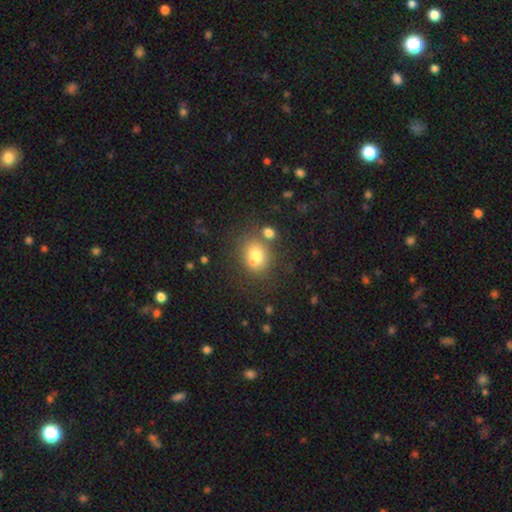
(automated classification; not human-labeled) This appears to be a smooth galaxy with no disk features (74%) that is round (53%). Merging: none (57%).